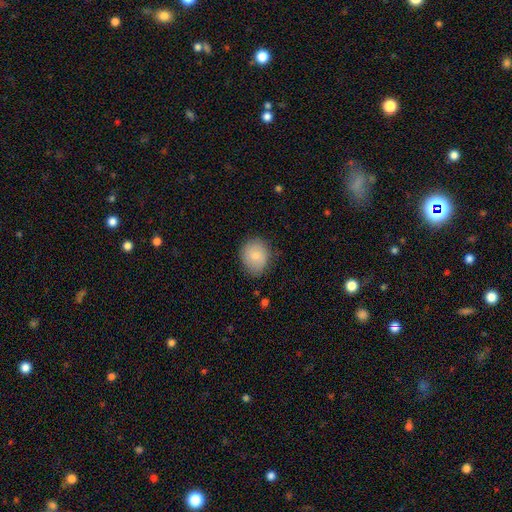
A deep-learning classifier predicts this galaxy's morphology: Q: Smooth or featured?
A: smooth (79%); runner-up: featured or disk (14%)
Q: How rounded?
A: round (66%); runner-up: in between (34%)
Q: Merging?
A: none (78%); runner-up: minor disturbance (17%)